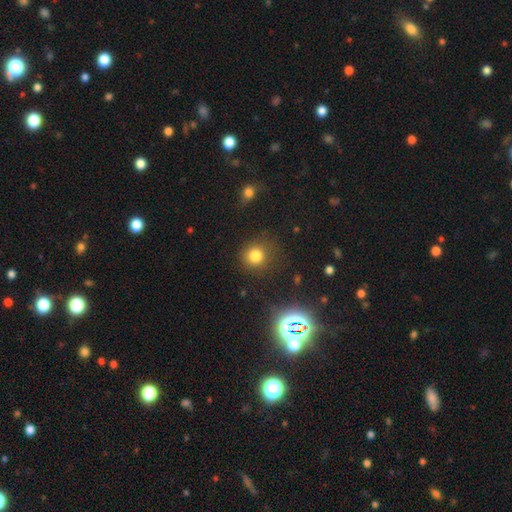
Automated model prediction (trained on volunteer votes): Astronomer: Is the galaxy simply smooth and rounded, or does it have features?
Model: smooth — 77%.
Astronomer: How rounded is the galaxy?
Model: round — 89%.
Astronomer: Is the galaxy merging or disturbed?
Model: none — 83%.